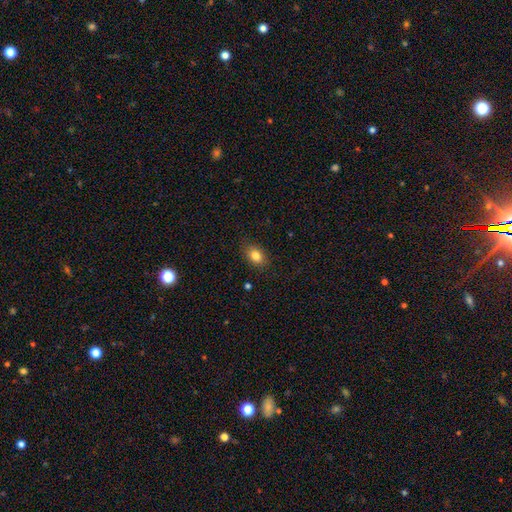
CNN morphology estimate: The model was most divided on "how rounded": in between: 82%, round: 17%, cigar-shaped: 2%. More confident: merging — none (85%); smooth or featured — smooth (83%).